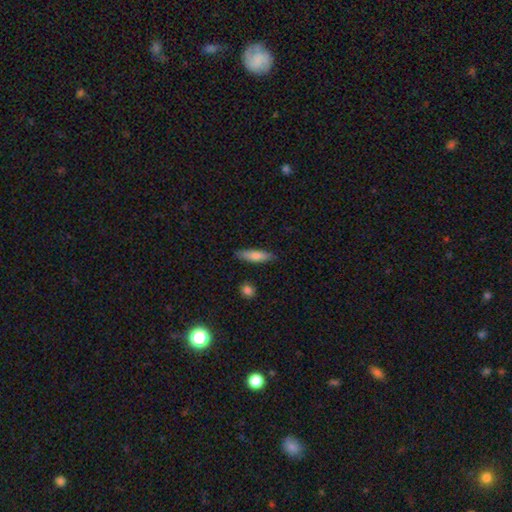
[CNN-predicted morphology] A smooth galaxy with no disk features (77%) that is cigar-shaped (64%).

Vote fractions:
- Smooth or featured? smooth: 77% / featured or disk: 17% / star or artifact: 6%
- How rounded? cigar-shaped: 64% / in between: 34% / round: 2%
- Merging? none: 85% / minor disturbance: 11% / major disturbance: 2% / merger: 2%